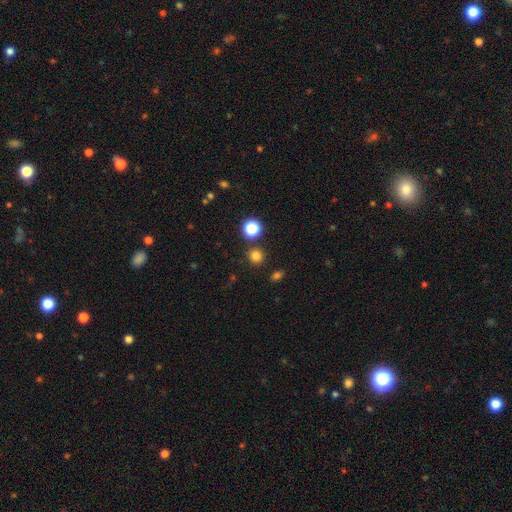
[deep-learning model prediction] A smooth galaxy with no disk features (78%) that is round (91%). Merging: none (86%).